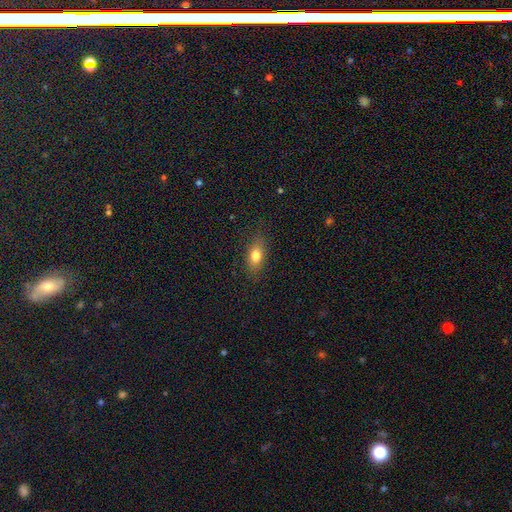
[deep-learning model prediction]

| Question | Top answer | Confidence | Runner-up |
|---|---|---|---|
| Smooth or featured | smooth | 79% | featured or disk (12%) |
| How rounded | in between | 81% | round (10%) |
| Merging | none | 84% | minor disturbance (12%) |